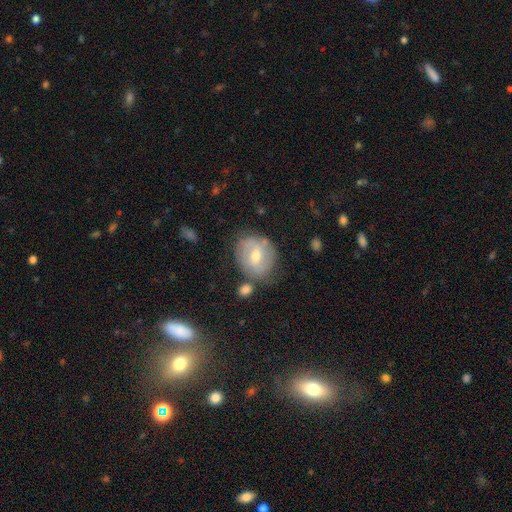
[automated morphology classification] featured or disk 58%, smooth 34%, star or artifact 8%. Down the decision tree: edge-on disk — no (95%); bar — weak (51%); spiral arms — yes (67%); bulge size — moderate (62%); merging — none (68%).